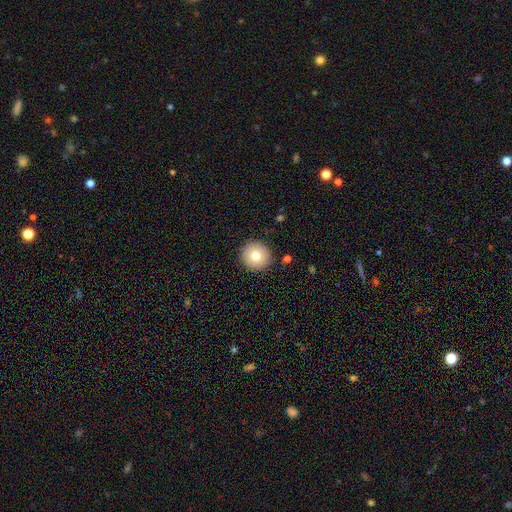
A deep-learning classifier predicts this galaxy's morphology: The model was most divided on "smooth or featured": smooth: 76%, featured or disk: 14%, star or artifact: 10%. More confident: how rounded — round (95%); merging — none (90%).